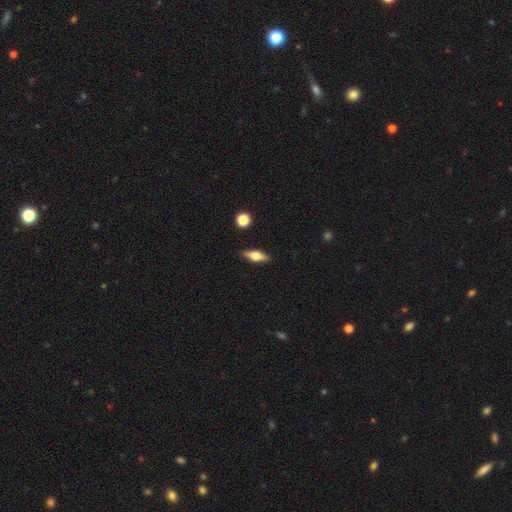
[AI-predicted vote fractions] smooth_or_featured: smooth (p=0.57) [alt: featured or disk p=0.35]
how_rounded: in between (p=0.62) [alt: cigar-shaped p=0.33]
merging: none (p=0.87) [alt: minor disturbance p=0.09]